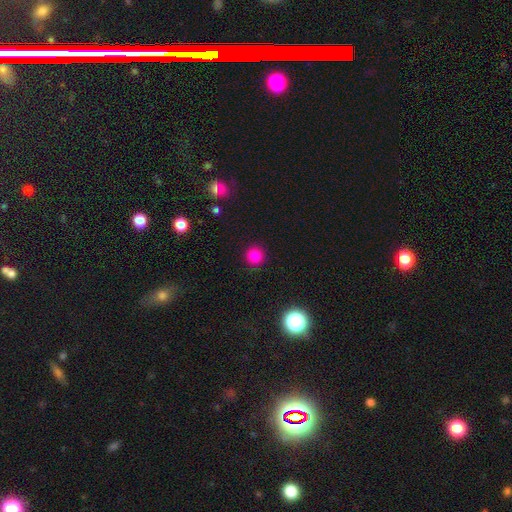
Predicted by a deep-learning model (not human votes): This appears to be a smooth galaxy with no disk features (82%) that is round (94%). Merging: none (91%).